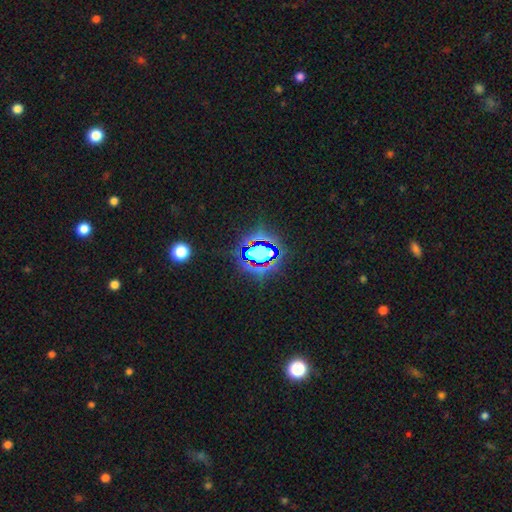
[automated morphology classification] type=star or artifact (67%).